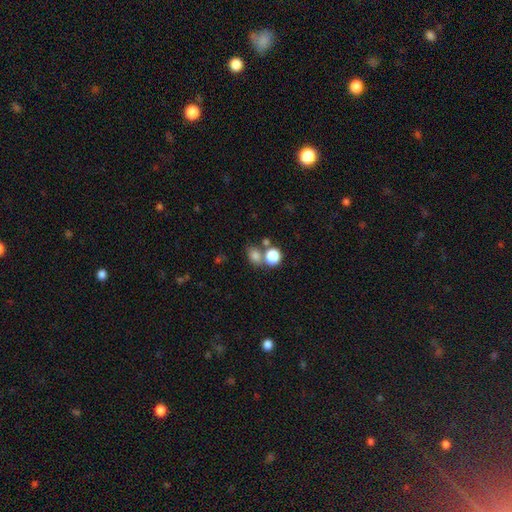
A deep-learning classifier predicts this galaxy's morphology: Smooth or featured? Predicted: smooth (p=0.78). How rounded? Predicted: in between (p=0.51). Merging? Predicted: none (p=0.53).